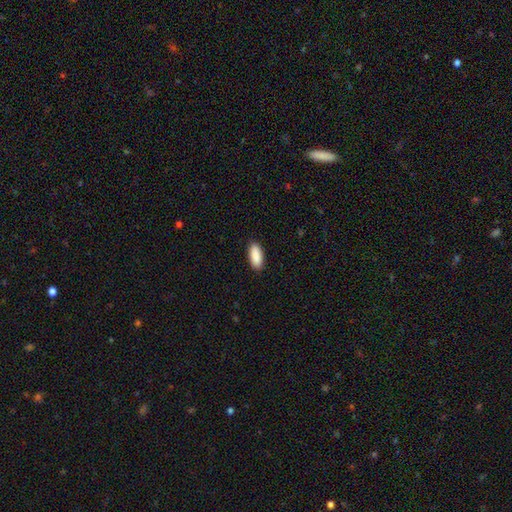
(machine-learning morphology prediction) This is clearly a smooth galaxy (90%). How rounded: clearly in between (83%). Merging: clearly none (90%).